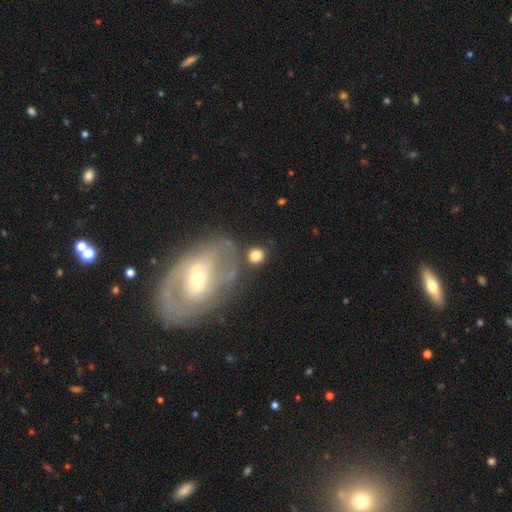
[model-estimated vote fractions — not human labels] Smooth or featured: smooth — 75% (featured or disk — 15%)
How rounded: round — 77% (in between — 22%)
Merging: none — 65% (merger — 13%)